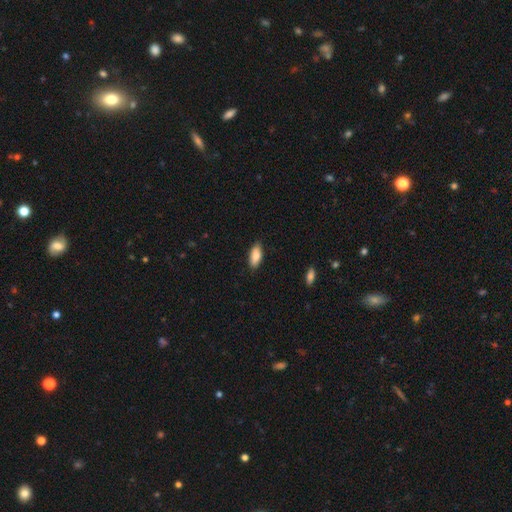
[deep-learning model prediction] Smooth or featured: smooth — 85% (featured or disk — 9%)
How rounded: in between — 84% (cigar-shaped — 14%)
Merging: none — 86% (minor disturbance — 11%)